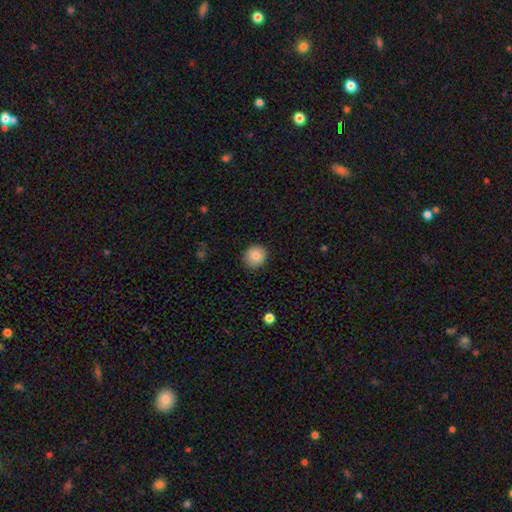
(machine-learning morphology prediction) This is clearly a smooth galaxy (85%). How rounded: clearly round (91%). Merging: clearly none (90%).